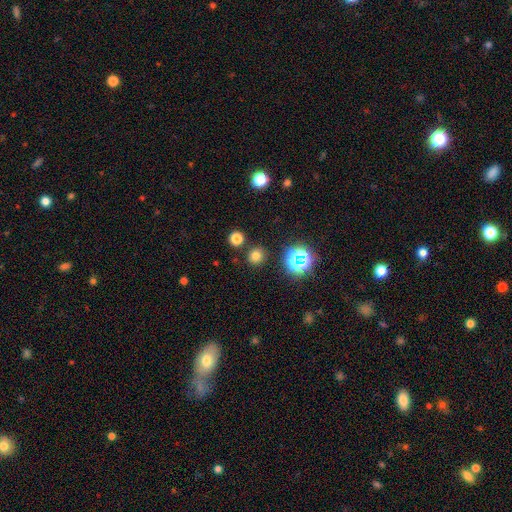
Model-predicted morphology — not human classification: Smooth or featured? smooth (71%)
How rounded? round (89%)
Merging? none (86%)